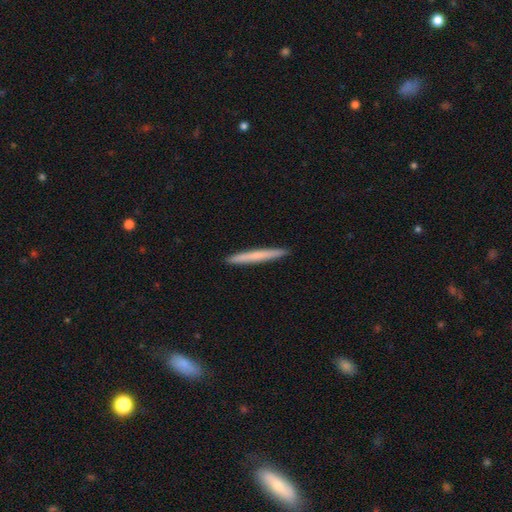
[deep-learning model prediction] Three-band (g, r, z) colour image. It shows a smooth galaxy with no disk features (65%) that is cigar-shaped (97%). Merging: none (93%).